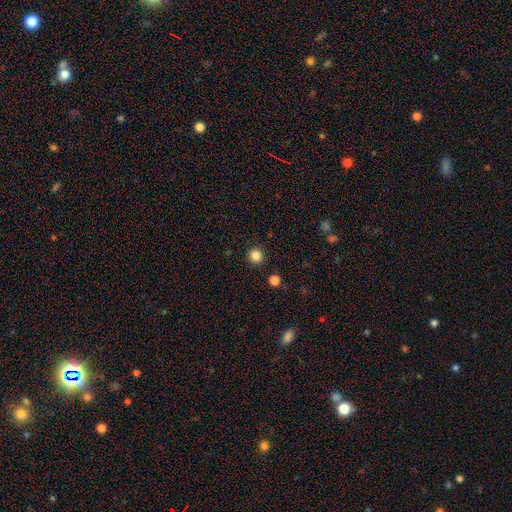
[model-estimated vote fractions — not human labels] This is clearly a smooth galaxy (84%). How rounded: clearly round (94%). Merging: clearly none (92%).